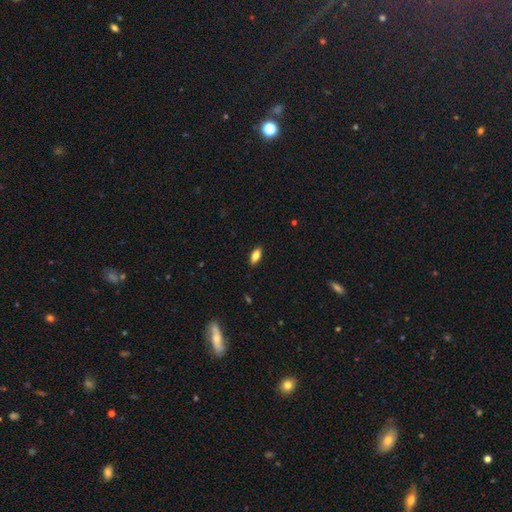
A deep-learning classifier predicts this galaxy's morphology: Q: Smooth or featured?
A: smooth (78%); runner-up: featured or disk (14%)
Q: How rounded?
A: in between (84%); runner-up: cigar-shaped (13%)
Q: Merging?
A: none (89%); runner-up: minor disturbance (9%)